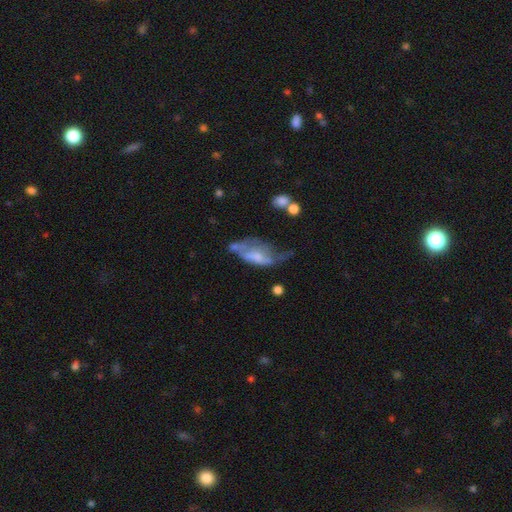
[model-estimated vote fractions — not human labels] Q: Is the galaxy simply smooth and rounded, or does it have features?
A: featured or disk — 52%.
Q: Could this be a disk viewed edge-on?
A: no — 89%.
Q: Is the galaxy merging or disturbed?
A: major disturbance — 40%.